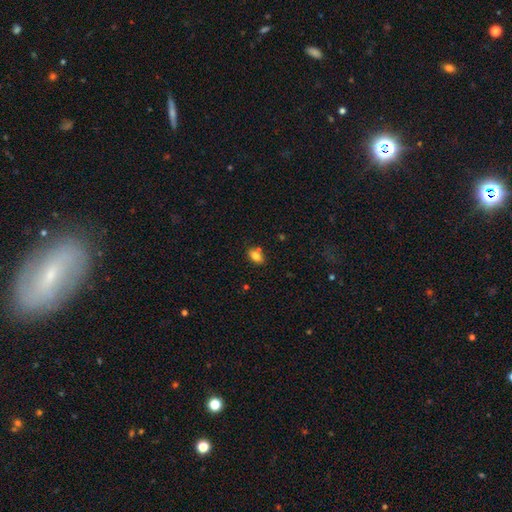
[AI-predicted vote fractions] Morphology: type=smooth (82%); roundness=in between (84%); merging=none (72%).